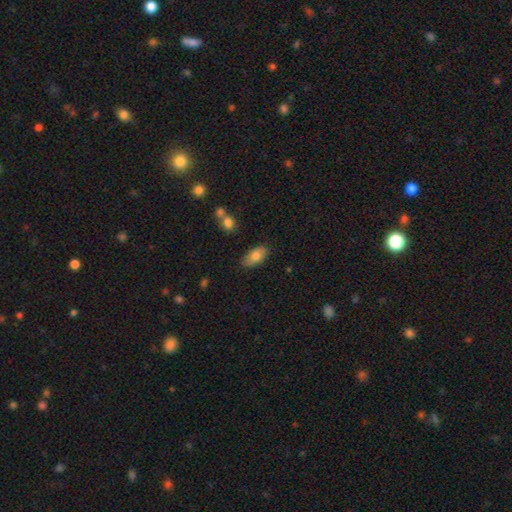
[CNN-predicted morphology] The model was most divided on "merging": none: 81%, minor disturbance: 14%, major disturbance: 3%, merger: 2%. More confident: how rounded — in between (91%); smooth or featured — smooth (81%).